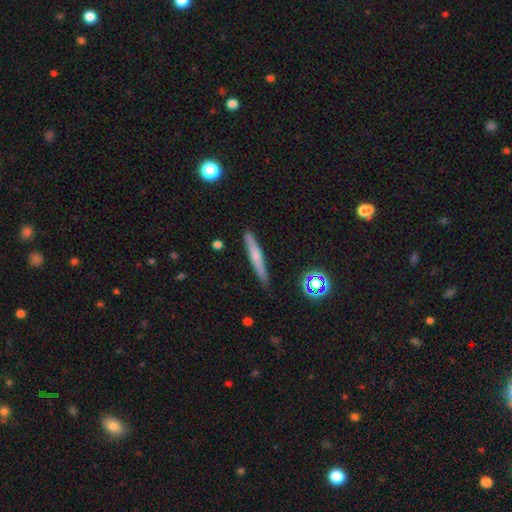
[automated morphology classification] smooth-or-featured: smooth: 56% | featured or disk: 35% | star or artifact: 9%
  how-rounded: cigar-shaped: 93% | in between: 4% | round: 2%
  merging: none: 85% | minor disturbance: 11% | major disturbance: 2% | merger: 2%